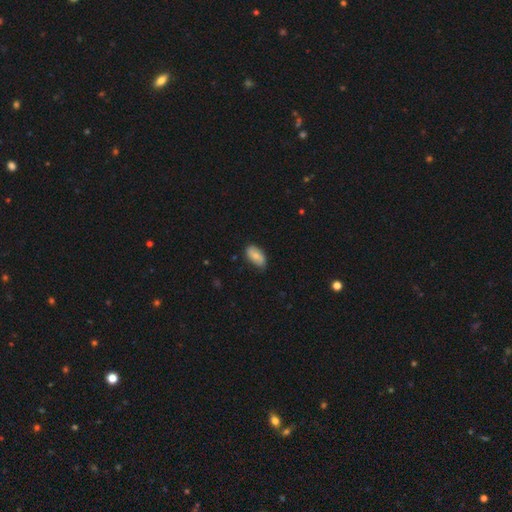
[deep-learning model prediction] The model was most divided on "merging": none: 72%, minor disturbance: 24%, major disturbance: 3%, merger: 1%. More confident: how rounded — in between (93%); smooth or featured — smooth (72%).